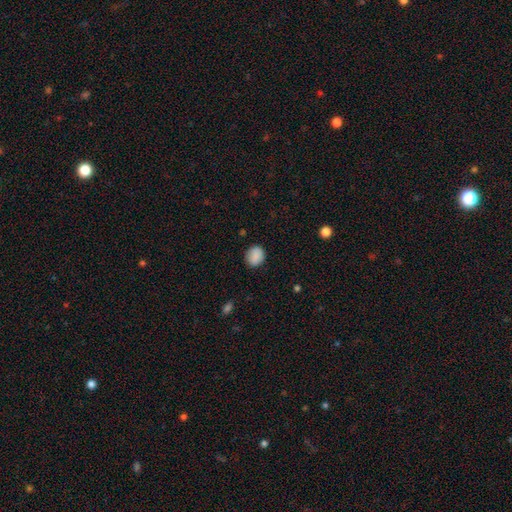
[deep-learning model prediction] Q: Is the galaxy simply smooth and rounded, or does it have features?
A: smooth — 88%.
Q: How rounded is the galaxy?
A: round — 68%.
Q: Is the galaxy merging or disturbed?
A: none — 84%.